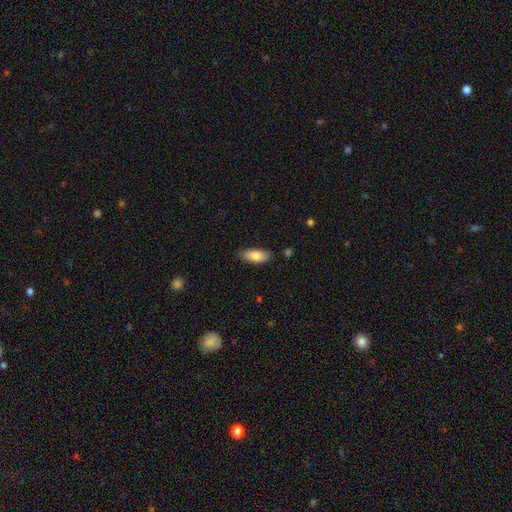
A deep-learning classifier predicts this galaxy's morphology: This appears to be a smooth galaxy with no disk features (83%) that is in between round and cigar-shaped (82%). Merging: none (86%).